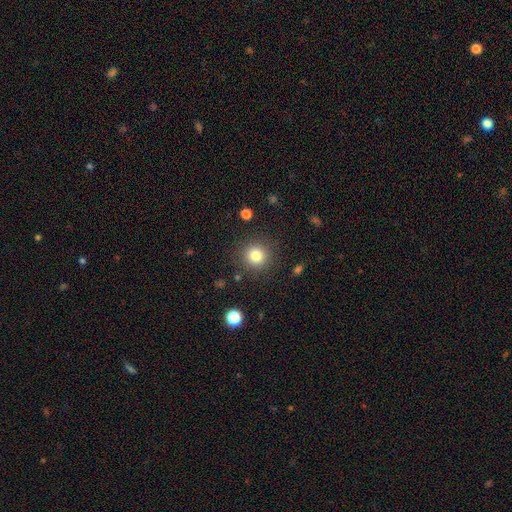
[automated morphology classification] This is clearly a smooth galaxy (81%). How rounded: clearly round (93%). Merging: clearly none (88%).